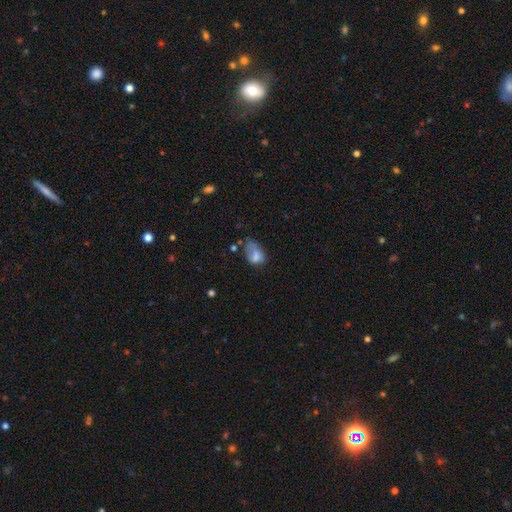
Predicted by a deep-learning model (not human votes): smooth_or_featured: smooth (p=0.68) [alt: featured or disk p=0.22]
how_rounded: in between (p=0.84) [alt: round p=0.15]
merging: major disturbance (p=0.33) [alt: minor disturbance p=0.32]